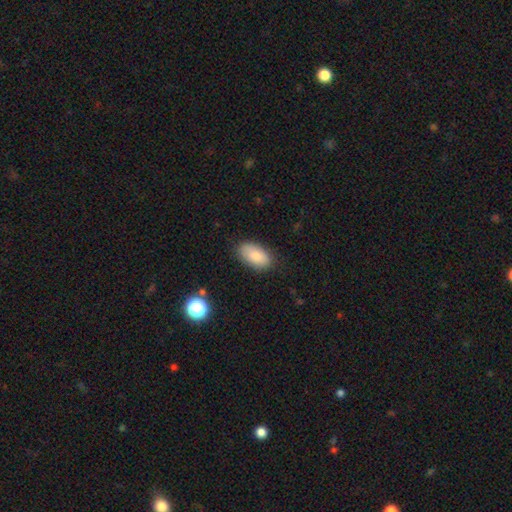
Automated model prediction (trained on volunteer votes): Smooth or featured: smooth — 84% (featured or disk — 9%)
How rounded: in between — 93% (round — 4%)
Merging: none — 81% (minor disturbance — 14%)